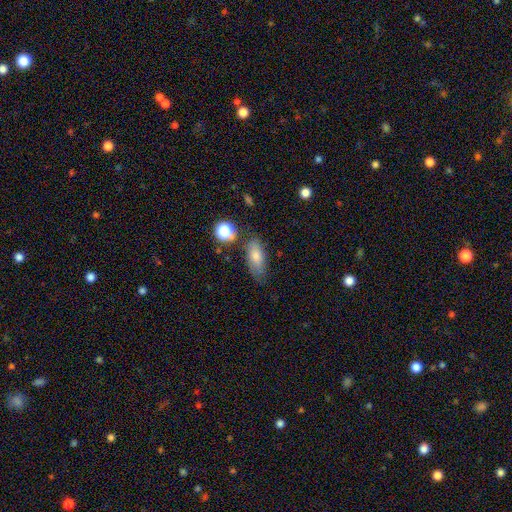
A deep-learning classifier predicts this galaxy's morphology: A smooth galaxy with no disk features (71%) that is in between round and cigar-shaped (78%). Merging: none (70%).